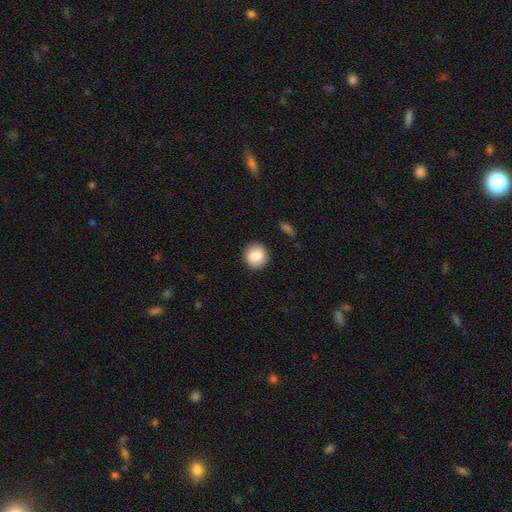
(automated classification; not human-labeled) Smooth or featured: smooth — 85% (featured or disk — 8%)
How rounded: round — 90% (in between — 9%)
Merging: none — 90% (minor disturbance — 7%)